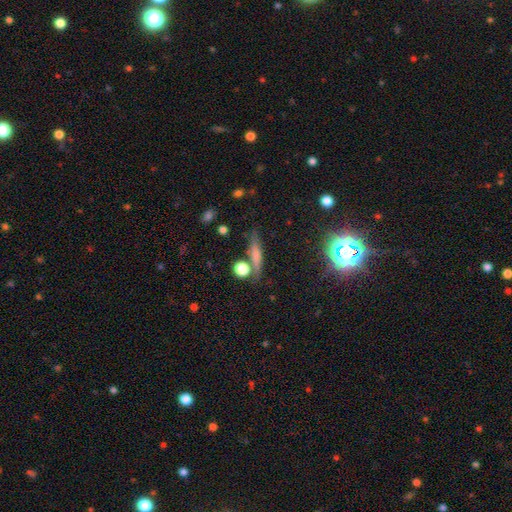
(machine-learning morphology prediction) The model was most divided on "smooth or featured": smooth: 64%, featured or disk: 24%, star or artifact: 12%. More confident: merging — none (73%); how rounded — cigar-shaped (71%).